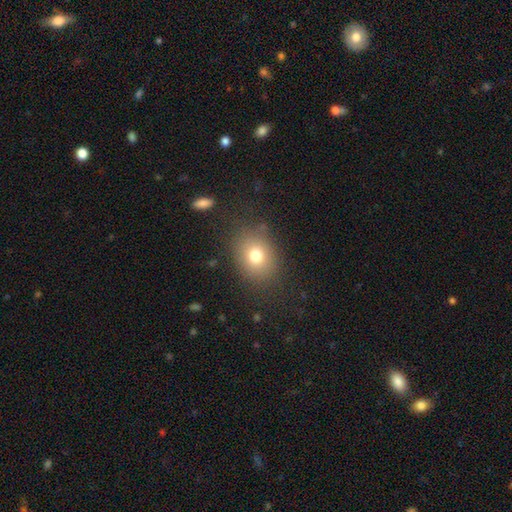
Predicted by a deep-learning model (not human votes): Morphology: type=smooth (76%); roundness=in between (50%); merging=none (79%).